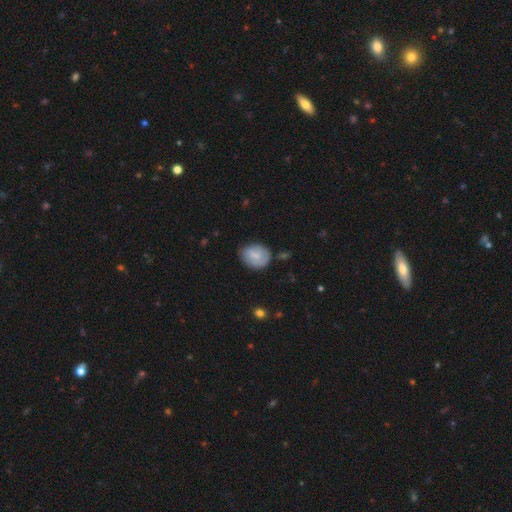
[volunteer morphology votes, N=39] smooth-or-featured: smooth: 77% | featured or disk: 23% | star or artifact: 0%
  how-rounded: round: 53% | in between: 47% | cigar-shaped: 0%
  merging: none: 85% | minor disturbance: 10% | major disturbance: 3% | merger: 3%